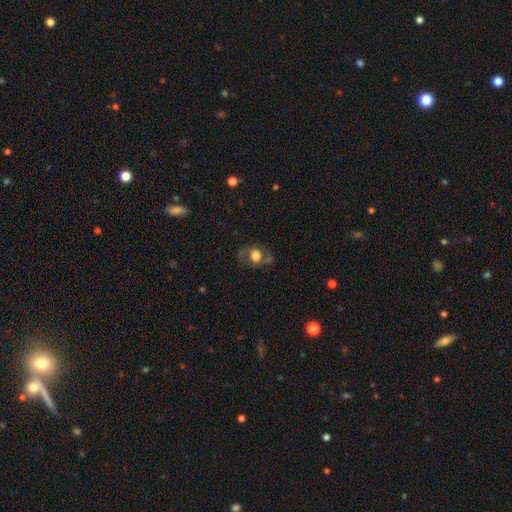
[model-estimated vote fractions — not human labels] Morphology: type=smooth (51%); roundness=round (59%); merging=none (62%).